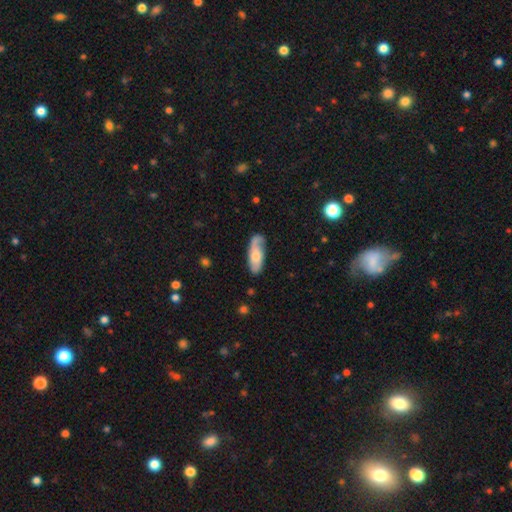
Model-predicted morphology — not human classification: Smooth or featured: smooth — 52% (featured or disk — 43%)
How rounded: in between — 75% (cigar-shaped — 23%)
Merging: none — 62% (minor disturbance — 25%)